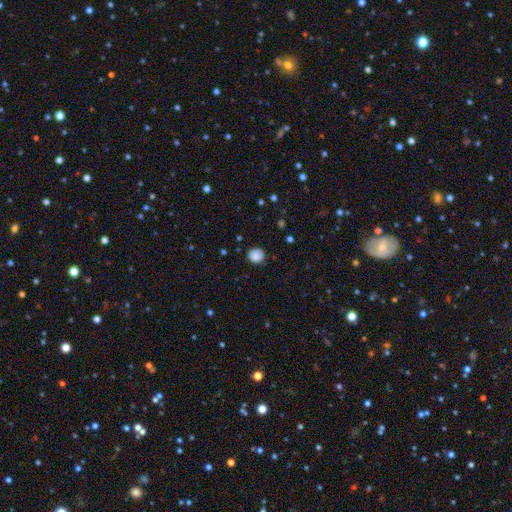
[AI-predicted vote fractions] smooth 87%, star or artifact 9%, featured or disk 4%. Down the decision tree: how rounded — round (86%); merging — none (86%).